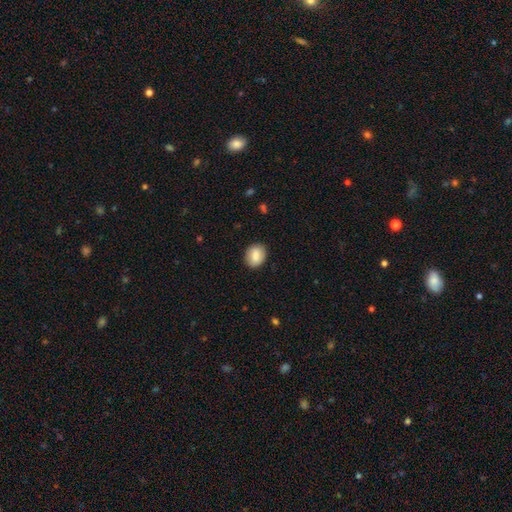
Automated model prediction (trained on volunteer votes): smooth-or-featured: smooth: 84% | featured or disk: 9% | star or artifact: 7%
  how-rounded: in between: 58% | round: 41% | cigar-shaped: 1%
  merging: none: 86% | minor disturbance: 11% | major disturbance: 2% | merger: 1%